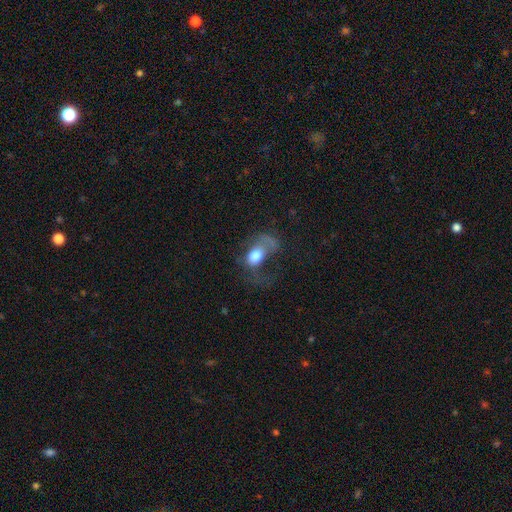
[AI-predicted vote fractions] The model was most divided on "smooth or featured": smooth: 61%, featured or disk: 30%, star or artifact: 9%. More confident: how rounded — in between (79%); merging — major disturbance (59%).